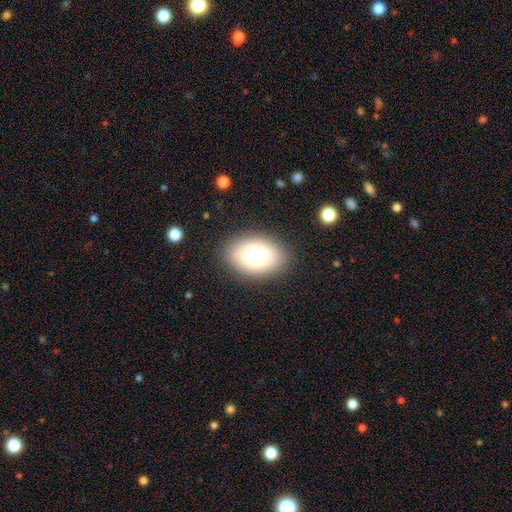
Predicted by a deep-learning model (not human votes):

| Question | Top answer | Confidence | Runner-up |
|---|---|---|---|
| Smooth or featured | smooth | 73% | featured or disk (14%) |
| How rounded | in between | 76% | round (23%) |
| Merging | none | 85% | minor disturbance (9%) |